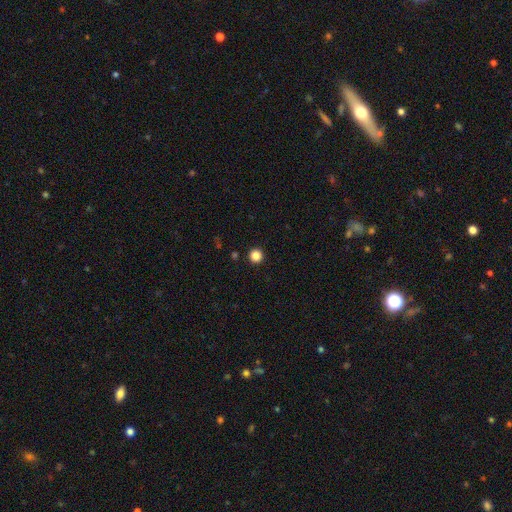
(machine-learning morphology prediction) Overall: smooth (86%). How rounded: round (96%). Merging: none (94%).